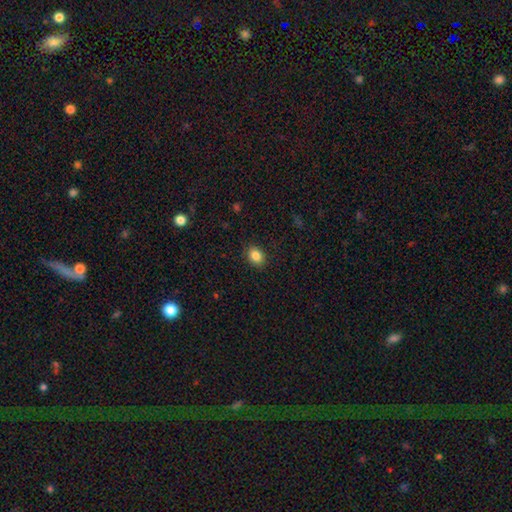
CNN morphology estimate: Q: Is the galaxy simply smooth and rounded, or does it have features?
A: smooth — 86%.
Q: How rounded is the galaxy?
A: in between — 58%.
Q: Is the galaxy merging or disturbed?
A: none — 88%.